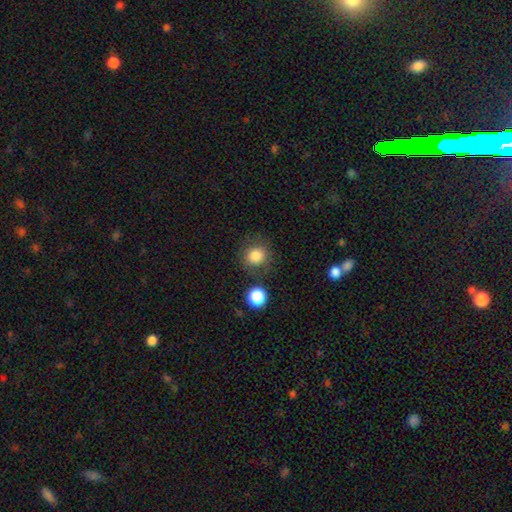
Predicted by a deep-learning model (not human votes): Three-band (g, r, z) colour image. It shows a smooth galaxy with no disk features (85%) that is round (87%). Merging: none (77%).